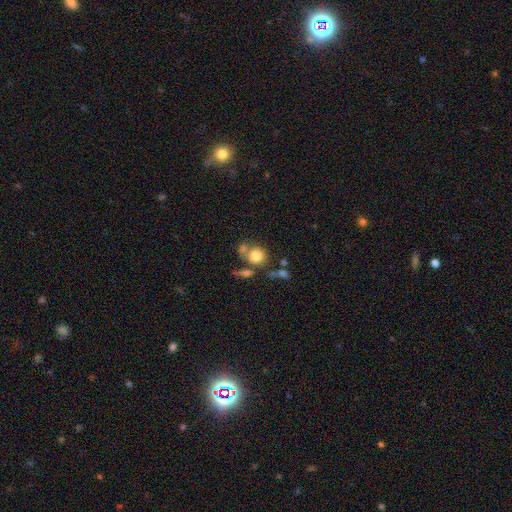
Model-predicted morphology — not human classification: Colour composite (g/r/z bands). It shows a smooth galaxy with no disk features (78%) that is round (75%). Merging: none (52%).